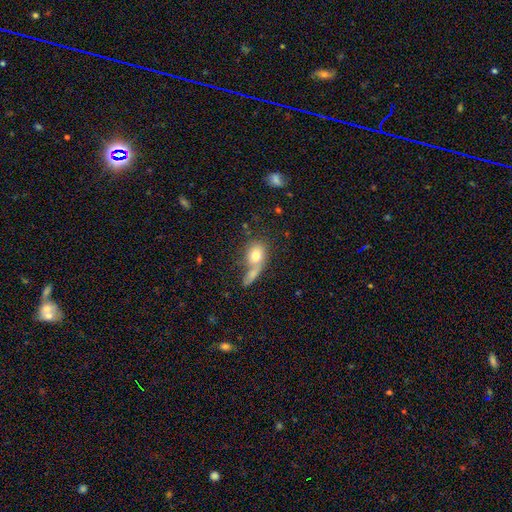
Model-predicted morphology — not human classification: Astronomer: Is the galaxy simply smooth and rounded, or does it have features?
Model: smooth — 76%.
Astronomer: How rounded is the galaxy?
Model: in between — 51% (runner-up: round, 45%).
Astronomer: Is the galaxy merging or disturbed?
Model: merger — 52% (runner-up: none, 30%).